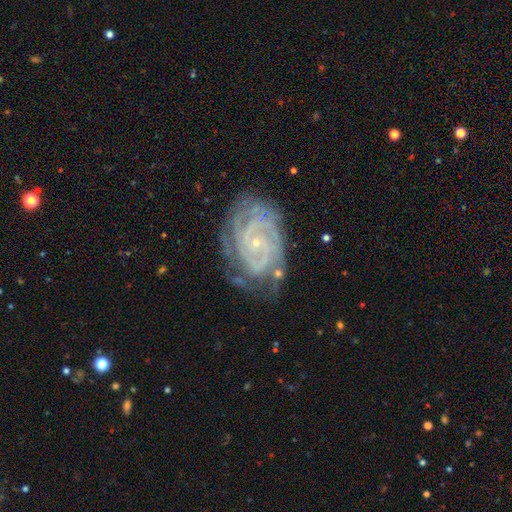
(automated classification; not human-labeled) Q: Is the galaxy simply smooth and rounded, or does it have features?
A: featured or disk — 82%.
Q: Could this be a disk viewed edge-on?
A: no — 97%.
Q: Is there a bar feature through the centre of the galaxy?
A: no — 63%.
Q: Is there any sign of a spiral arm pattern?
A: yes — 96%.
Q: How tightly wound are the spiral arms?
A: tight — 73%.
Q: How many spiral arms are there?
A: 2 — 27%, tied with can't tell.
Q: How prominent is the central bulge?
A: small — 83%.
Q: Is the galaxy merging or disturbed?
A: none — 71%.